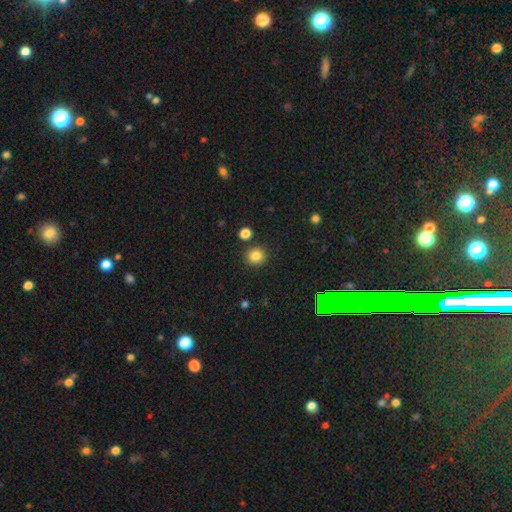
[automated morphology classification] Q: Smooth or featured?
A: smooth (83%); runner-up: star or artifact (12%)
Q: How rounded?
A: round (89%); runner-up: in between (10%)
Q: Merging?
A: none (87%); runner-up: minor disturbance (7%)